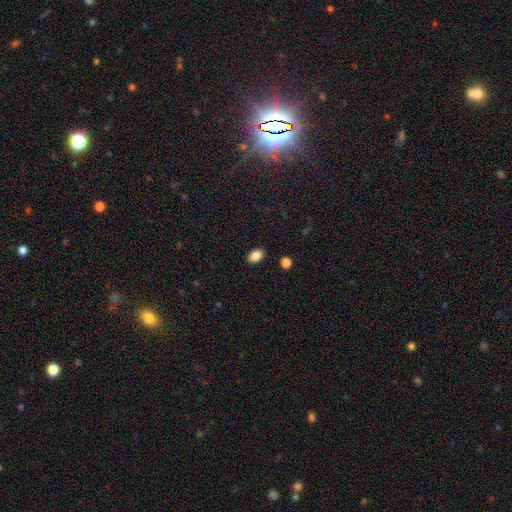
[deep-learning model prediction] A smooth galaxy with no disk features (85%) that is in between round and cigar-shaped (88%). Merging: none (88%).